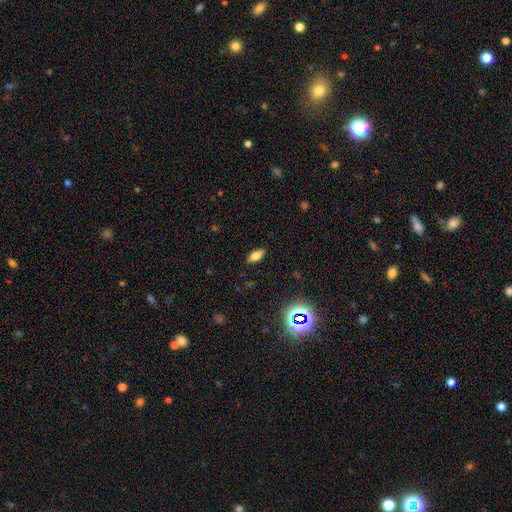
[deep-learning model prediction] The model was most divided on "smooth or featured": smooth: 67%, featured or disk: 21%, star or artifact: 12%. More confident: merging — none (88%); how rounded — in between (79%).